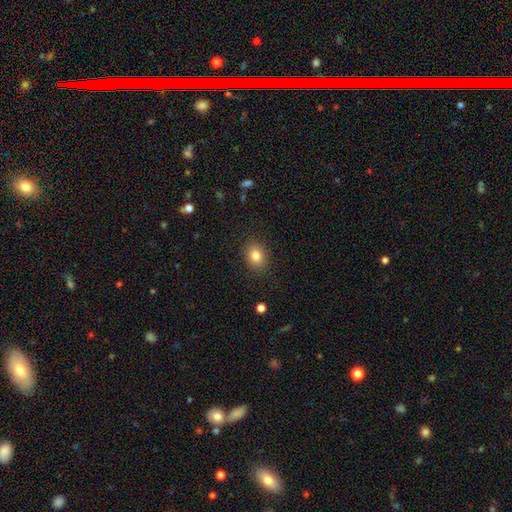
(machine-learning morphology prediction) smooth 82%, star or artifact 10%, featured or disk 8%. Down the decision tree: how rounded — in between (57%); merging — none (88%).